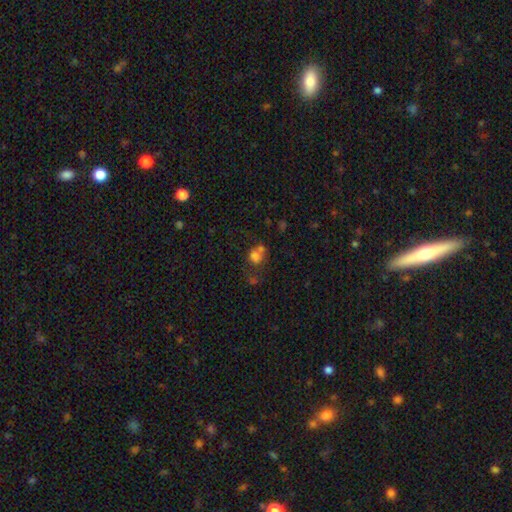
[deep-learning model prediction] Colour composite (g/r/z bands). It shows a smooth galaxy with no disk features (68%) that is round (62%). Merging: merger (45%).